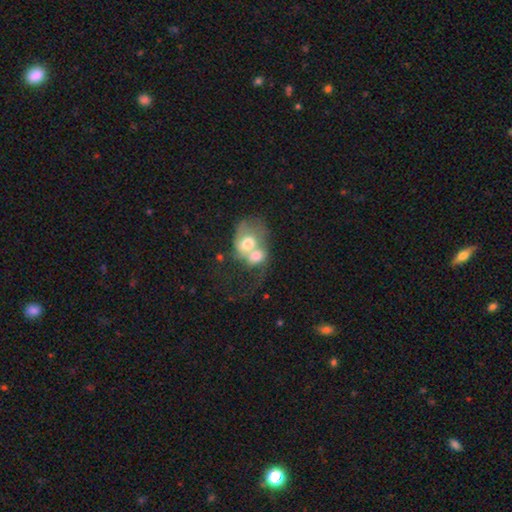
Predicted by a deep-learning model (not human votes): This appears to be a smooth galaxy with no disk features (54%) that is in between round and cigar-shaped (58%). Merging: merger (78%).